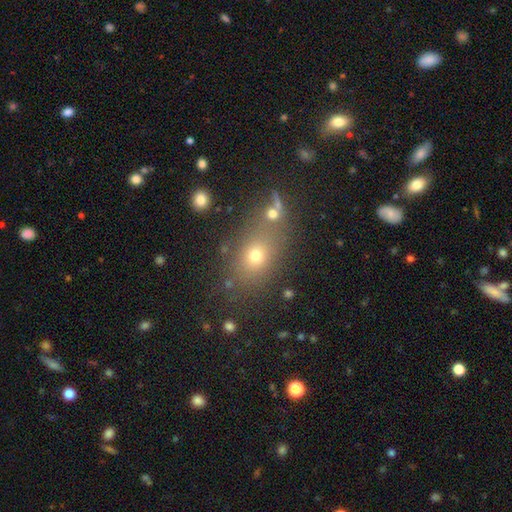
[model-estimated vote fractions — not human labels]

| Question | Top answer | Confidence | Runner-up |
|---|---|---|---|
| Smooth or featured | smooth | 63% | star or artifact (23%) |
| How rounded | in between | 61% | round (36%) |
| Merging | none | 72% | merger (12%) |